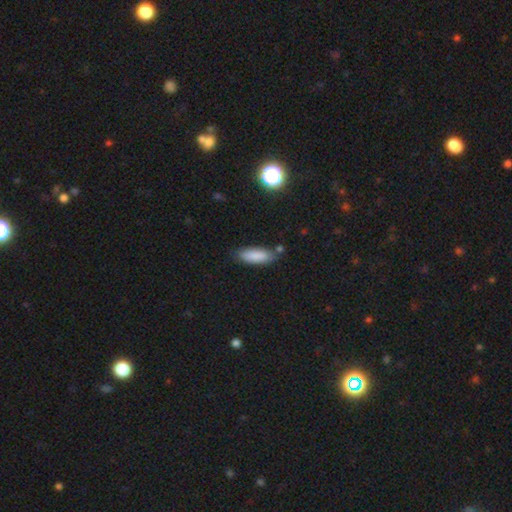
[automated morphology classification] type=smooth (87%); roundness=in between (62%); merging=none (77%).